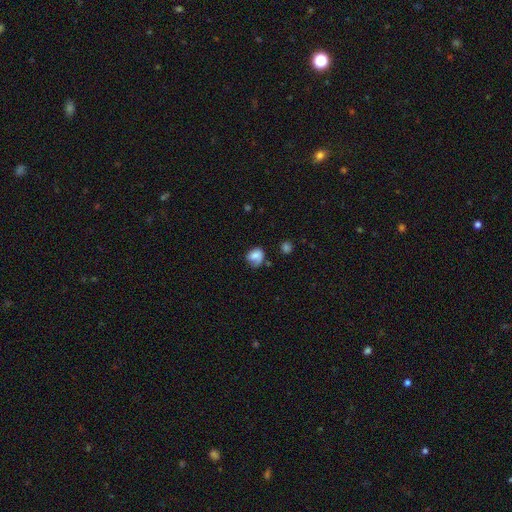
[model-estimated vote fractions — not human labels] Smooth or featured? Predicted: smooth (p=0.72). How rounded? Predicted: round (p=0.52). Merging? Predicted: none (p=0.47).